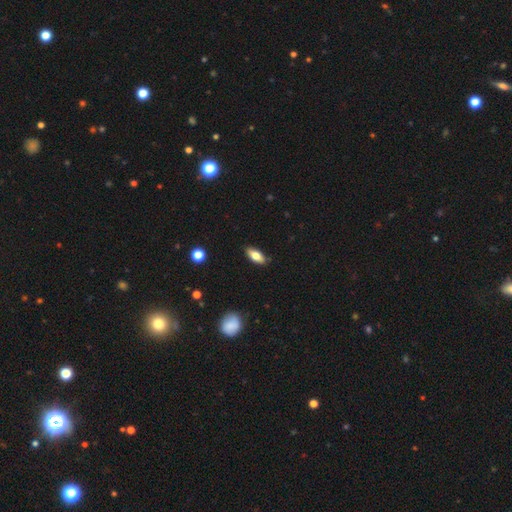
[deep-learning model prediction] This is likely a smooth galaxy (73%). How rounded: clearly in between (81%). Merging: clearly none (86%).